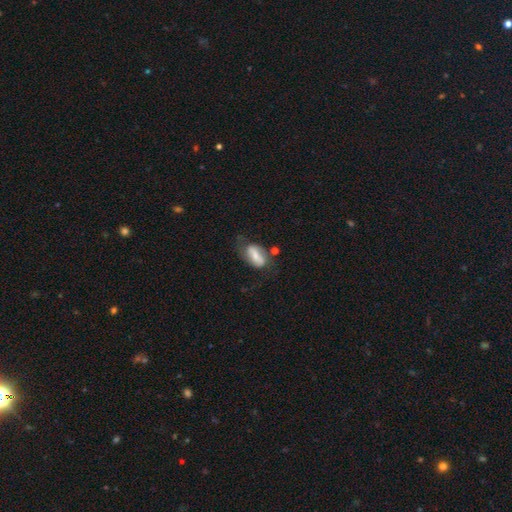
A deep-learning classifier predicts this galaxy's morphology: Smooth or featured? Predicted: smooth (p=0.49). Merging? Predicted: none (p=0.49).